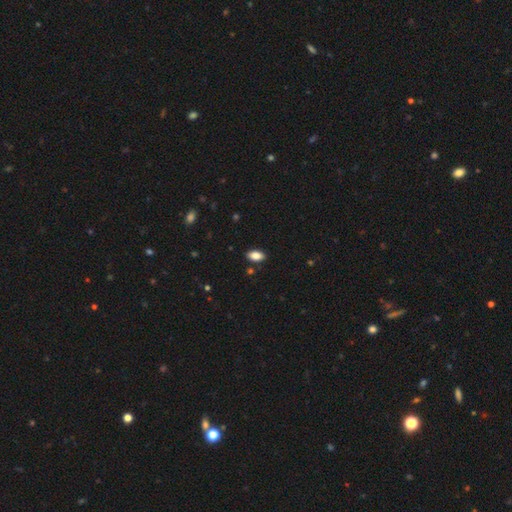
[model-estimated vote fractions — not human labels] A smooth galaxy with no disk features (86%) that is in between round and cigar-shaped (92%).

Vote fractions:
- Smooth or featured? smooth: 86% / star or artifact: 8% / featured or disk: 6%
- How rounded? in between: 92% / round: 4% / cigar-shaped: 4%
- Merging? none: 88% / minor disturbance: 9% / major disturbance: 2% / merger: 2%